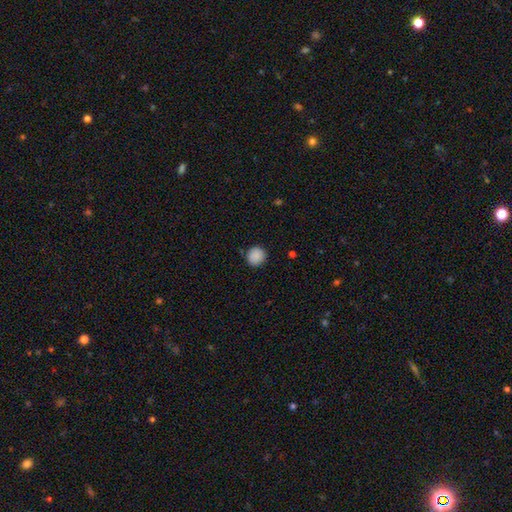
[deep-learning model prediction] The model was most divided on "merging": none: 87%, minor disturbance: 9%, major disturbance: 2%, merger: 1%. More confident: how rounded — round (90%); smooth or featured — smooth (89%).